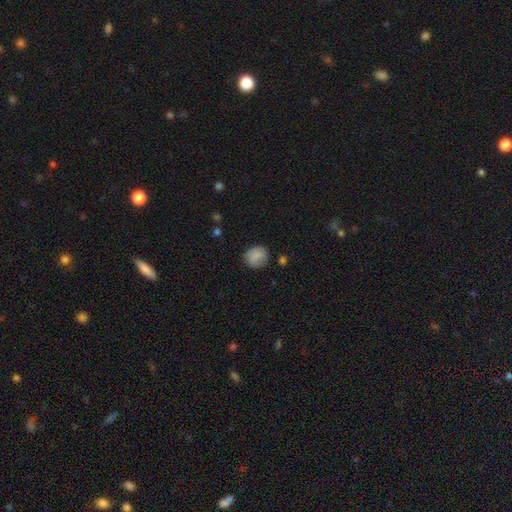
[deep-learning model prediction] Morphology: type=smooth (83%); roundness=round (78%); merging=none (74%).